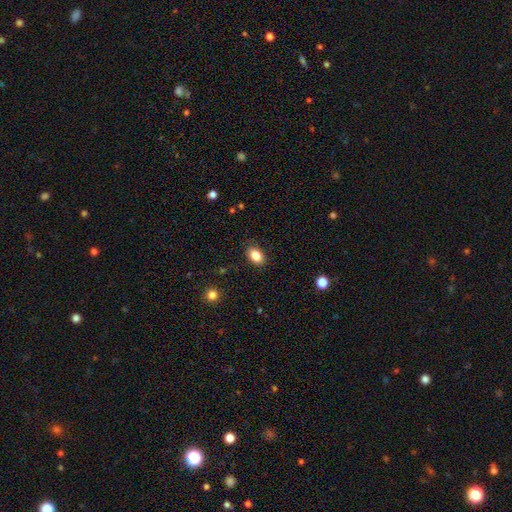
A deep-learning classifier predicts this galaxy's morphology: smooth 85%, star or artifact 9%, featured or disk 6%. Down the decision tree: how rounded — in between (85%); merging — none (87%).